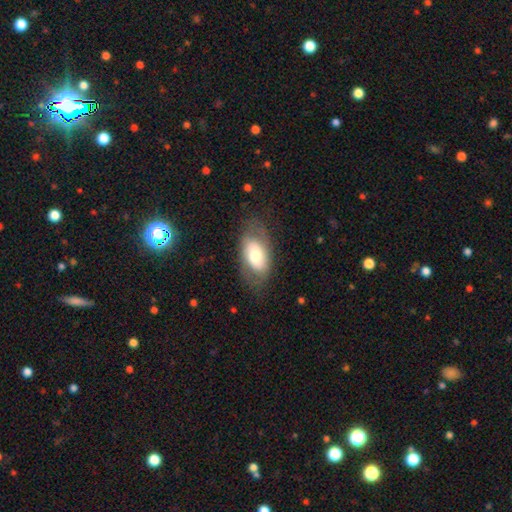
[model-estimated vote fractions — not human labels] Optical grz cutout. It shows a smooth galaxy with no disk features (55%) that is in between round and cigar-shaped (92%). Merging: none (68%).